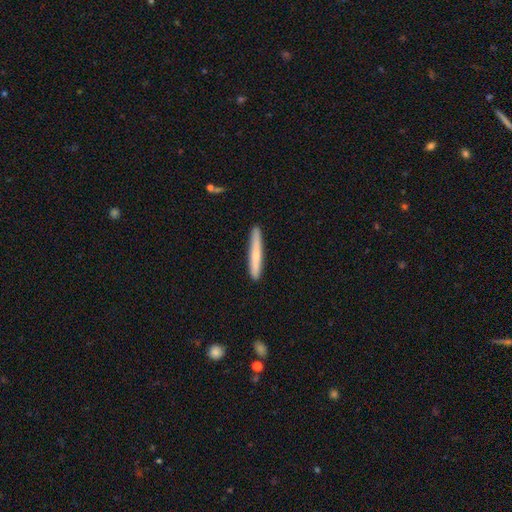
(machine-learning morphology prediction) smooth 65%, featured or disk 30%, star or artifact 5%. Down the decision tree: how rounded — cigar-shaped (96%); merging — none (89%).